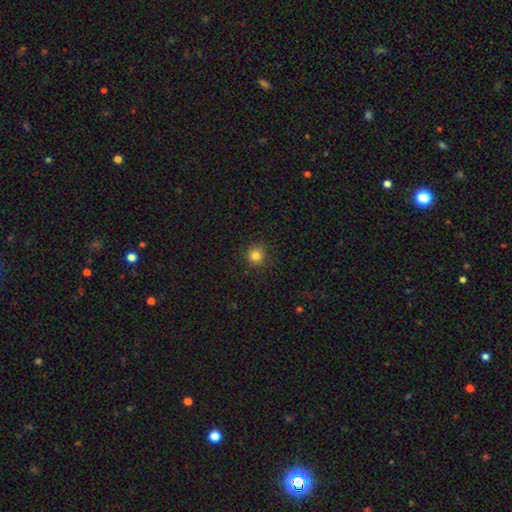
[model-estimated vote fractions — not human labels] Overall: smooth (82%). How rounded: round (93%). Merging: none (90%).